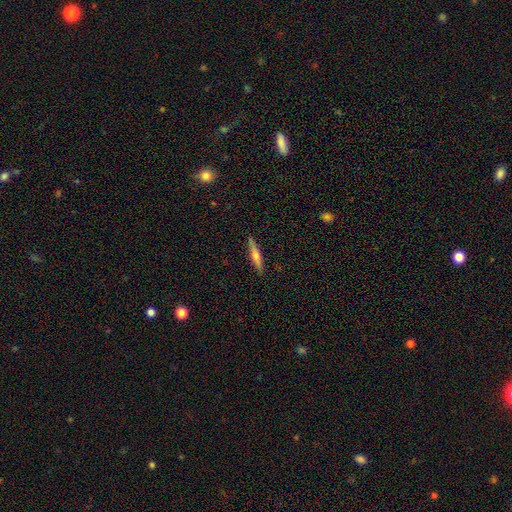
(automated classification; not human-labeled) smooth-or-featured: featured or disk: 52% | smooth: 41% | star or artifact: 7%
  disk-edge-on: yes: 96% | no: 4%
    edge-on-bulge: rounded: 80% | none: 13% | boxy: 7%
  merging: none: 90% | minor disturbance: 7% | major disturbance: 1% | merger: 1%